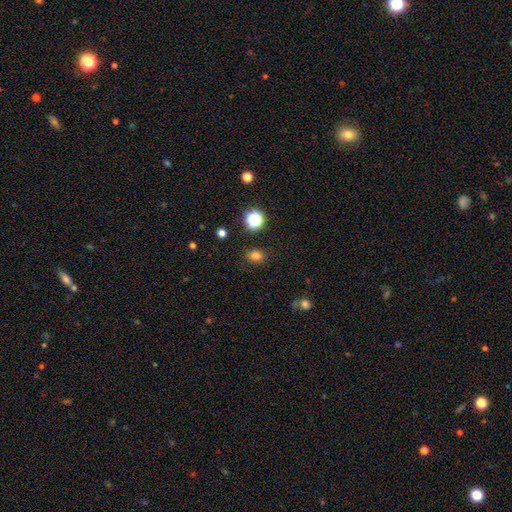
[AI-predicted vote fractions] This appears to be a smooth galaxy with no disk features (77%) that is in between round and cigar-shaped (58%). Merging: none (85%).